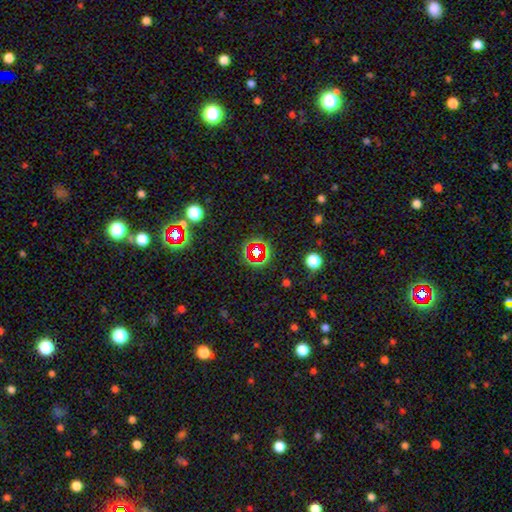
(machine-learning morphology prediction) Smooth or featured?
  - star or artifact: 63% *
  - smooth: 22%
  - featured or disk: 14%